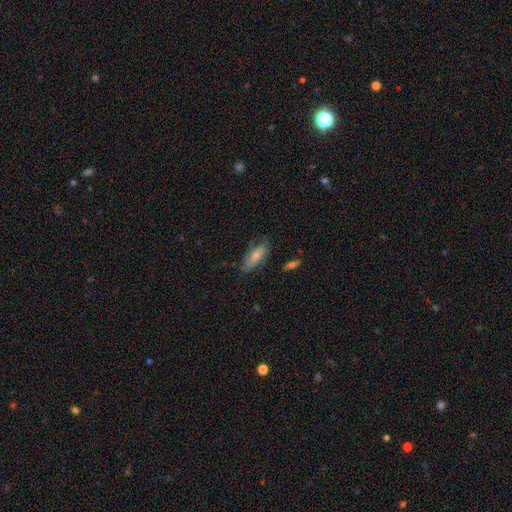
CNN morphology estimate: This appears to be a smooth galaxy with no disk features (70%) that is in between round and cigar-shaped (77%). Merging: none (67%).